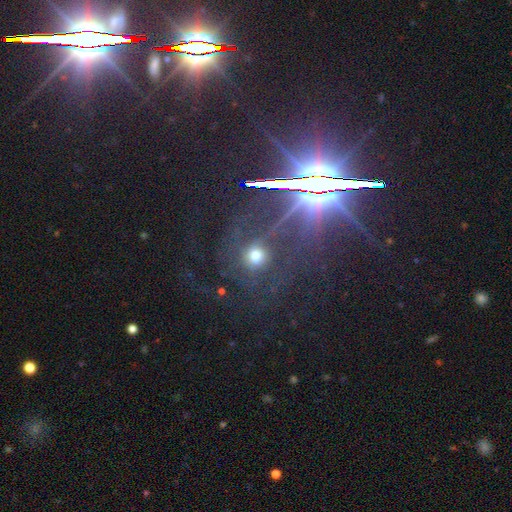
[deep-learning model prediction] This is marginally a smooth galaxy (43%). Merging: likely none (71%).